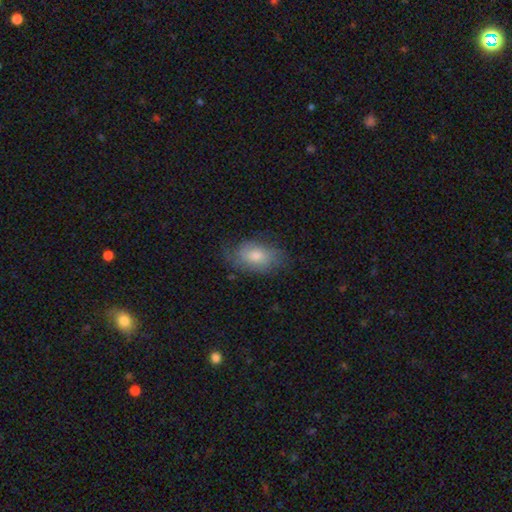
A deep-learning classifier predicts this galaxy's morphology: This is possibly a smooth galaxy (59%). How rounded: clearly in between (88%). Merging: likely none (68%).